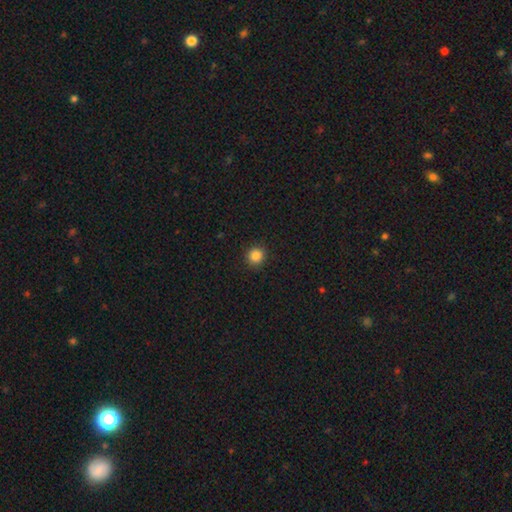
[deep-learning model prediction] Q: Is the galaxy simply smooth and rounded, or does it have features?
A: smooth — 86%.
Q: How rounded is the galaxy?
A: round — 93%.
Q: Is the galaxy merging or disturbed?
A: none — 92%.